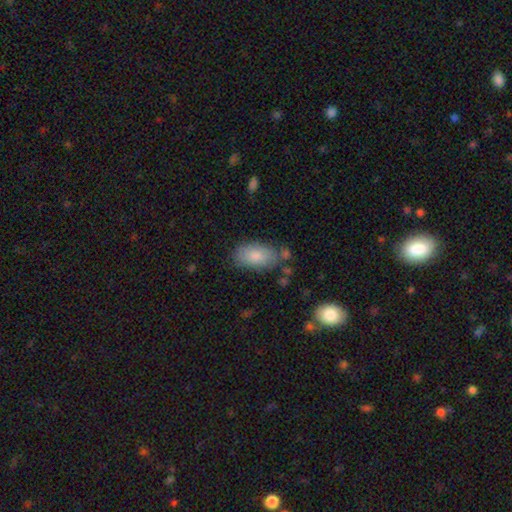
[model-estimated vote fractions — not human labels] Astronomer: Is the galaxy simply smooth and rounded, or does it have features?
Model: smooth — 82%.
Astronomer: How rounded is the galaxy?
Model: in between — 93%.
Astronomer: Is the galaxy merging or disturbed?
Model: none — 72%.